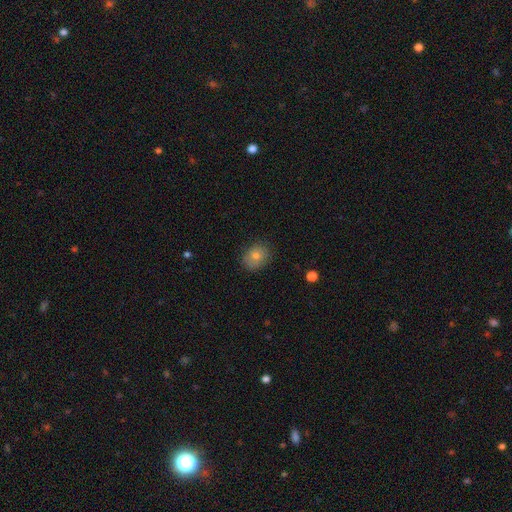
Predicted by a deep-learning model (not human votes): A smooth galaxy with no disk features (75%) that is round (51%). Merging: none (83%).